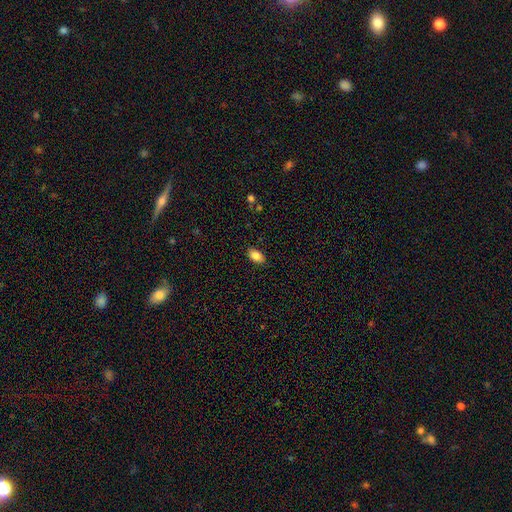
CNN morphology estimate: A smooth galaxy with no disk features (84%) that is in between round and cigar-shaped (91%).

Vote fractions:
- Smooth or featured? smooth: 84% / featured or disk: 8% / star or artifact: 8%
- How rounded? in between: 91% / round: 6% / cigar-shaped: 3%
- Merging? none: 86% / minor disturbance: 11% / major disturbance: 2% / merger: 1%